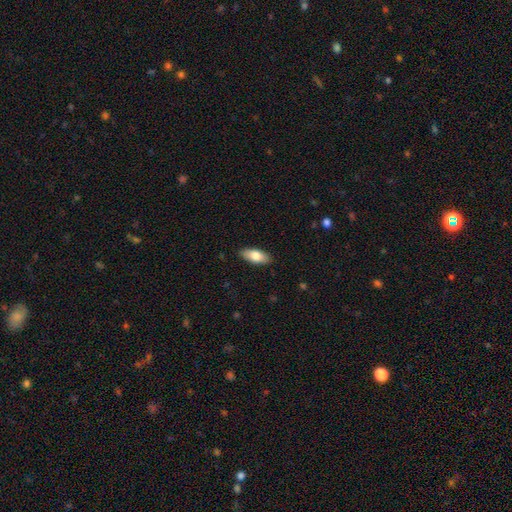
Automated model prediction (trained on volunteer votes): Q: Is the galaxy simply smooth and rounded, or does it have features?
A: smooth — 79%.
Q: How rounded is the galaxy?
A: in between — 85%.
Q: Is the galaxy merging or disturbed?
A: none — 89%.